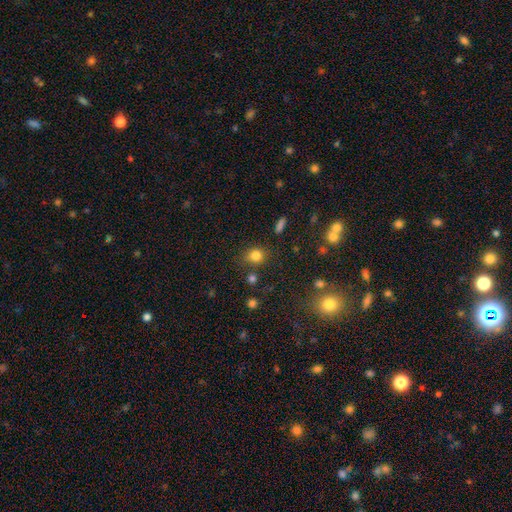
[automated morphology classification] This is likely a smooth galaxy (80%). How rounded: likely round (74%). Merging: likely none (73%).